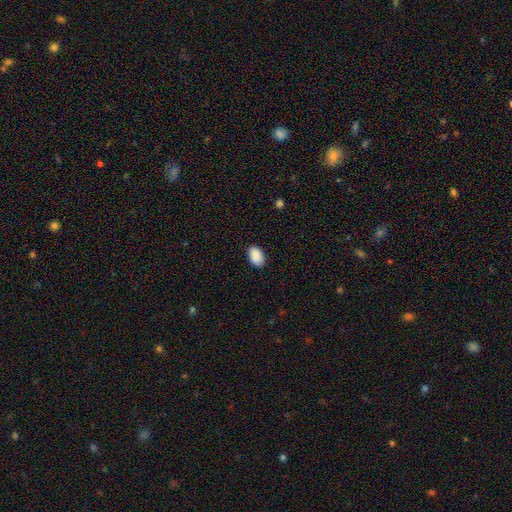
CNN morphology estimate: This appears to be a smooth galaxy with no disk features (91%) that is in between round and cigar-shaped (90%). Merging: none (87%).